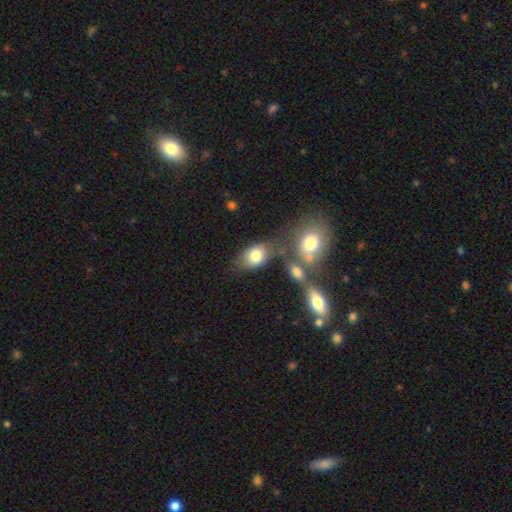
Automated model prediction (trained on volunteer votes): smooth_or_featured: smooth (p=0.78) [alt: featured or disk p=0.12]
how_rounded: in between (p=0.72) [alt: round p=0.26]
merging: none (p=0.52) [alt: merger p=0.23]